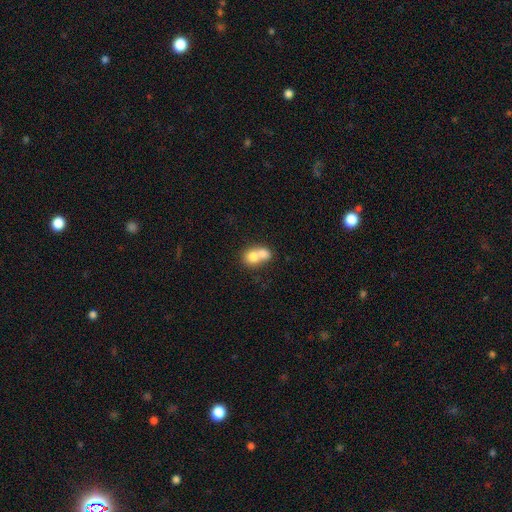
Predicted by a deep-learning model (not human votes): Overall: smooth (72%). How rounded: round (56%; in between 43%). Merging: merger (72%).